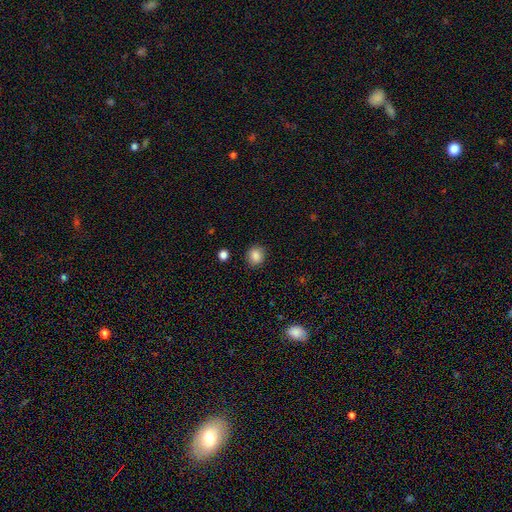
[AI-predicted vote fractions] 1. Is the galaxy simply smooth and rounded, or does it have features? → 86% smooth, 10% star or artifact, 5% featured or disk.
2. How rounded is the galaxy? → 80% round, 19% in between, 1% cigar-shaped.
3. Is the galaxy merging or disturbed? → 88% none, 8% minor disturbance, 2% major disturbance, 2% merger.